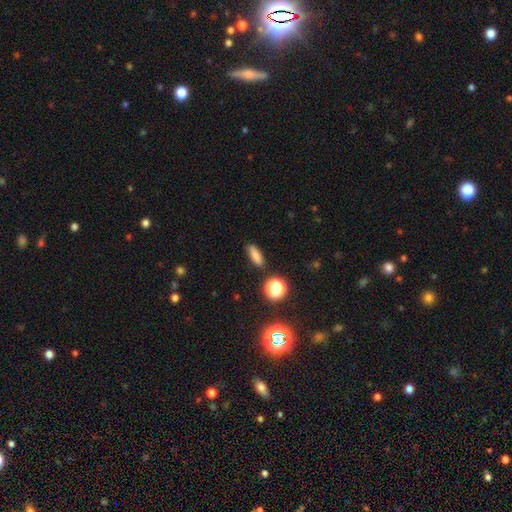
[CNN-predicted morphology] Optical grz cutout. It shows a smooth galaxy with no disk features (78%) that is in between round and cigar-shaped (55%). Merging: none (85%).